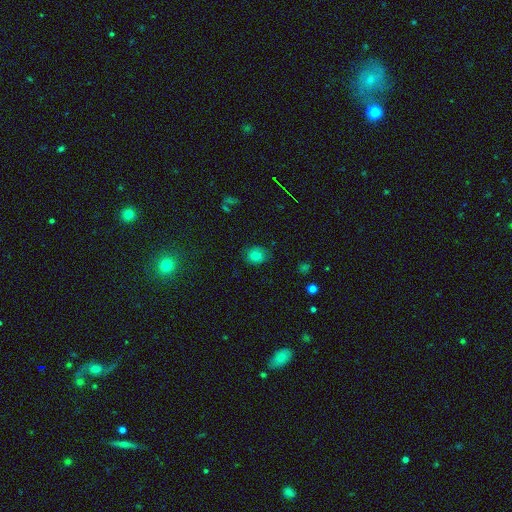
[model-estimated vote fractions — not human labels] A smooth galaxy with no disk features (75%) that is round (61%). Merging: none (79%).